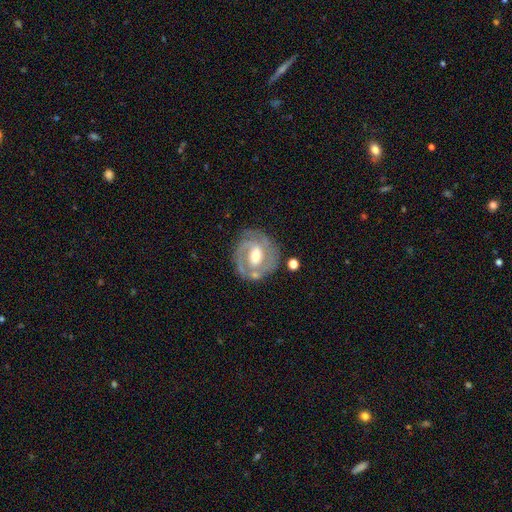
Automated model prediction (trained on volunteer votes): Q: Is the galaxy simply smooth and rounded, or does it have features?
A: featured or disk — 82%.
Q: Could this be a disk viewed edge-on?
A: no — 97%.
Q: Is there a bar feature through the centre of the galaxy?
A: weak — 46%.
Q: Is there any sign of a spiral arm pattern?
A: yes — 86%.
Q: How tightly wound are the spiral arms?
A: tight — 61%.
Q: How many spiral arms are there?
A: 2 — 58%.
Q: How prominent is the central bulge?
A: moderate — 70%.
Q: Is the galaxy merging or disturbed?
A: none — 72%.